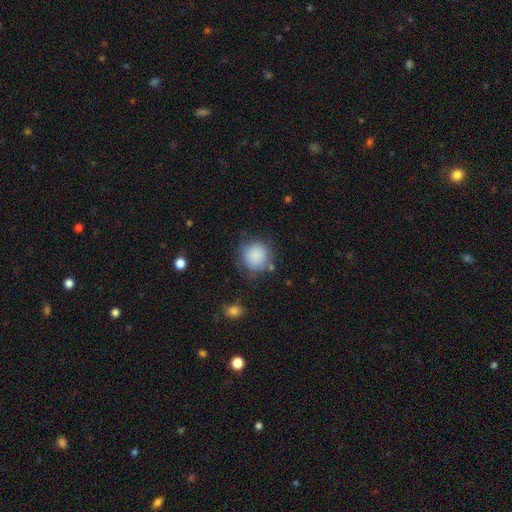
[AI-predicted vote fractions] Smooth or featured: smooth — 86% (star or artifact — 8%)
How rounded: round — 90% (in between — 9%)
Merging: none — 74% (minor disturbance — 16%)